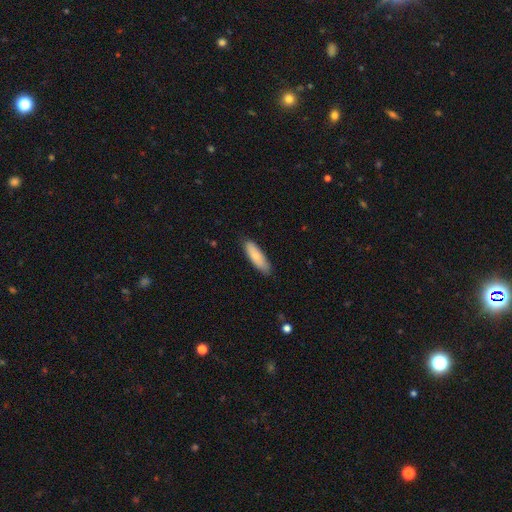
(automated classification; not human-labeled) smooth_or_featured: smooth (p=0.81) [alt: featured or disk p=0.14]
how_rounded: cigar-shaped (p=0.52) [alt: in between p=0.46]
merging: none (p=0.84) [alt: minor disturbance p=0.13]